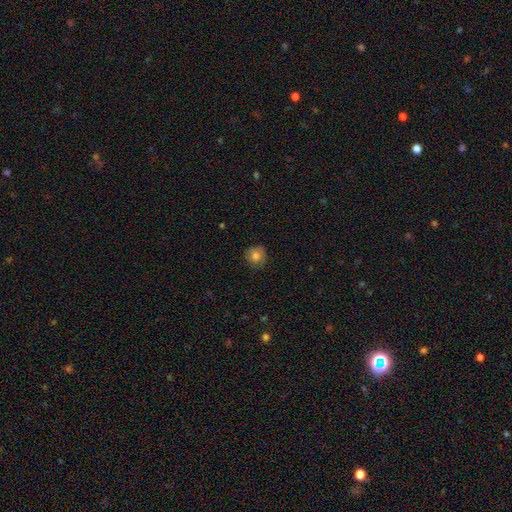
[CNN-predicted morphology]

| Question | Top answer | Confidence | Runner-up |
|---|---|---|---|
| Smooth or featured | smooth | 77% | featured or disk (13%) |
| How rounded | round | 89% | in between (10%) |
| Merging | none | 79% | minor disturbance (17%) |